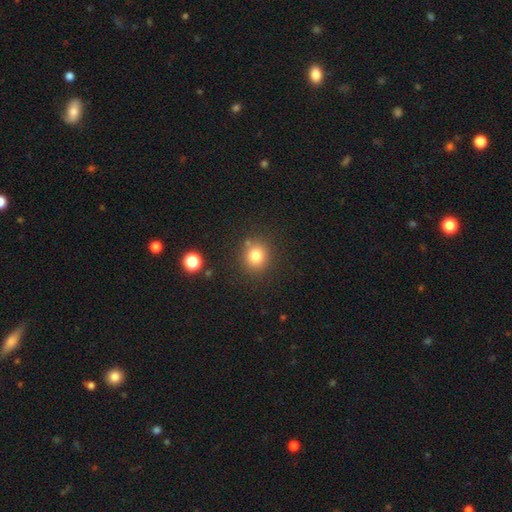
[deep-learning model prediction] The model was most divided on "smooth or featured": smooth: 80%, star or artifact: 13%, featured or disk: 7%. More confident: how rounded — round (84%); merging — none (83%).